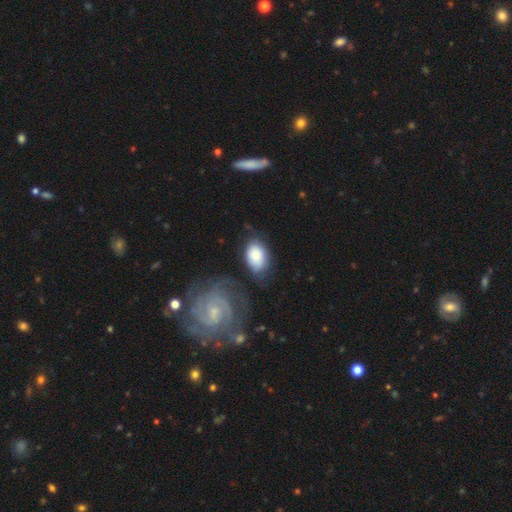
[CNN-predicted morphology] A smooth galaxy with no disk features (76%) that is in between round and cigar-shaped (86%). Merging: none (55%).